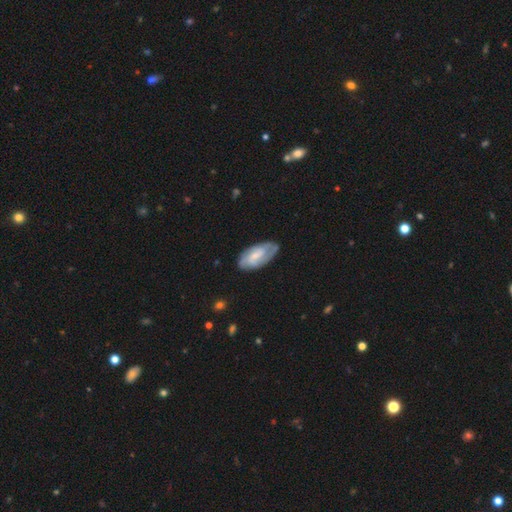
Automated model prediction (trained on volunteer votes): Smooth or featured? featured or disk (66%)
Edge-on disk? no (94%)
Bar? weak (49%)
Spiral arms? yes (88%)
Spiral winding? tight (43%)
Spiral arm count? 2 (50%)
Bulge size? small (55%)
Merging? none (74%)